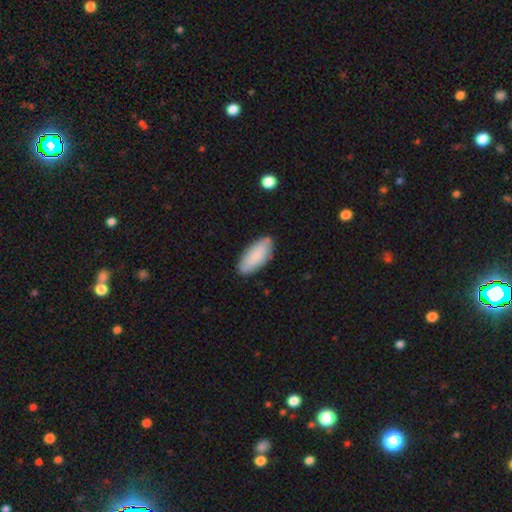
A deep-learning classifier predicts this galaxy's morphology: A smooth galaxy with no disk features (83%) that is in between round and cigar-shaped (86%).

Vote fractions:
- Smooth or featured? smooth: 83% / featured or disk: 11% / star or artifact: 6%
- How rounded? in between: 86% / cigar-shaped: 13% / round: 2%
- Merging? none: 82% / minor disturbance: 14% / major disturbance: 2% / merger: 2%